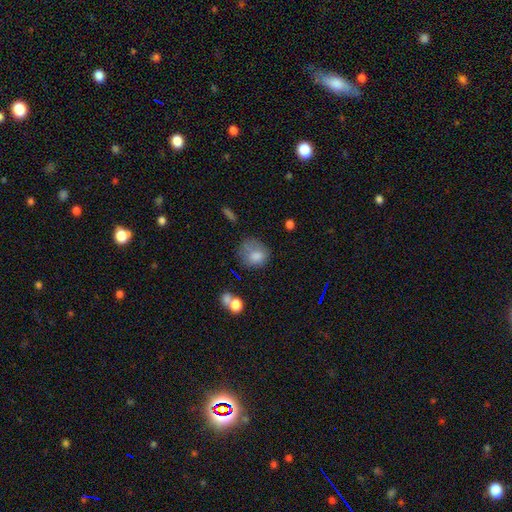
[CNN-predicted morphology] The model was most divided on "merging": none: 44%, minor disturbance: 29%, major disturbance: 20%, merger: 7%. More confident: smooth or featured — smooth (74%); how rounded — round (66%).